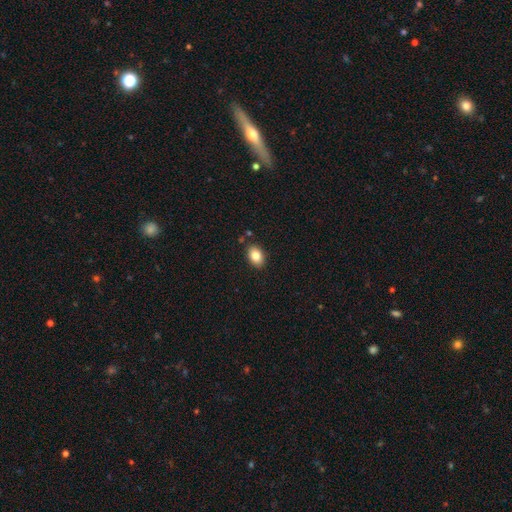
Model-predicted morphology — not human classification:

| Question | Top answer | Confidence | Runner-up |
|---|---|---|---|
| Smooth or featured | smooth | 83% | featured or disk (9%) |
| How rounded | in between | 84% | round (15%) |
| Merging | none | 86% | minor disturbance (9%) |